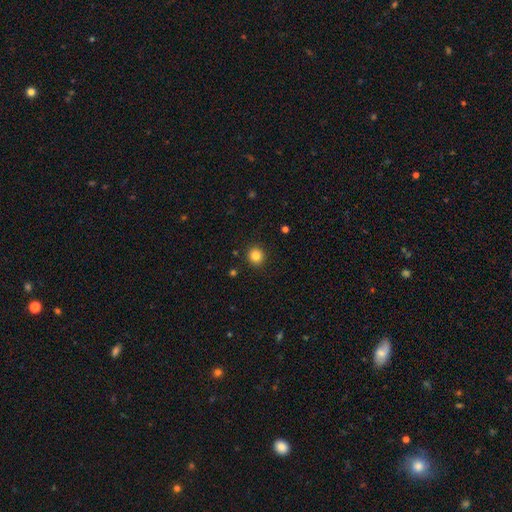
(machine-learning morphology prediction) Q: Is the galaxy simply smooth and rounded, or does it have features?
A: smooth — 84%.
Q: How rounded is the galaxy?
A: round — 91%.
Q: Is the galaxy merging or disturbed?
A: none — 92%.